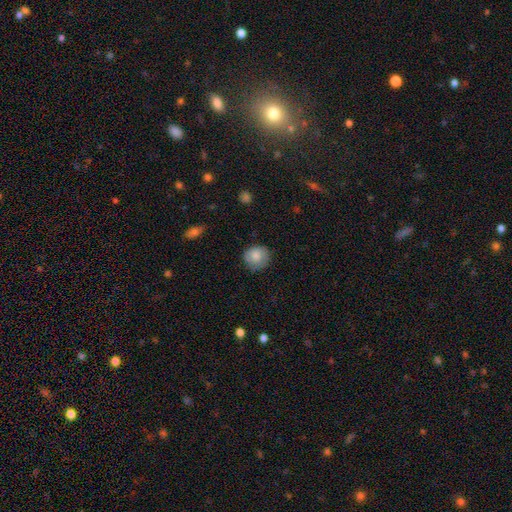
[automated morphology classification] Overall: smooth (78%). How rounded: round (85%). Merging: none (76%).